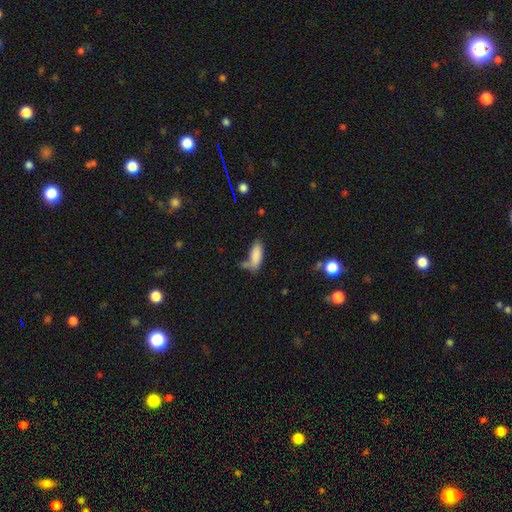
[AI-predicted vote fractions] Q: Smooth or featured?
A: smooth (84%); runner-up: star or artifact (8%)
Q: How rounded?
A: in between (69%); runner-up: cigar-shaped (29%)
Q: Merging?
A: none (50%); runner-up: minor disturbance (24%)